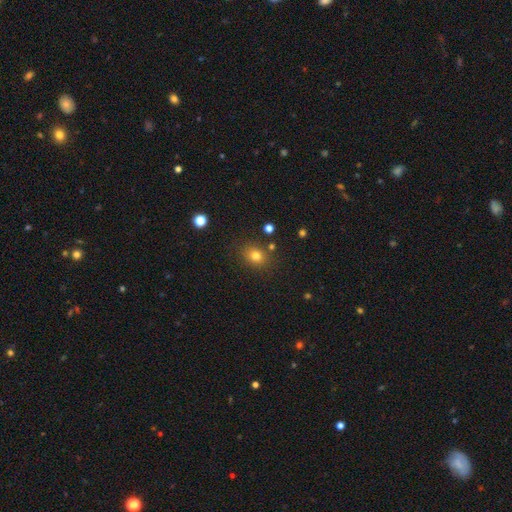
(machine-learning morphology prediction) Q: Smooth or featured?
A: smooth (77%); runner-up: star or artifact (15%)
Q: How rounded?
A: round (66%); runner-up: in between (33%)
Q: Merging?
A: none (82%); runner-up: minor disturbance (10%)